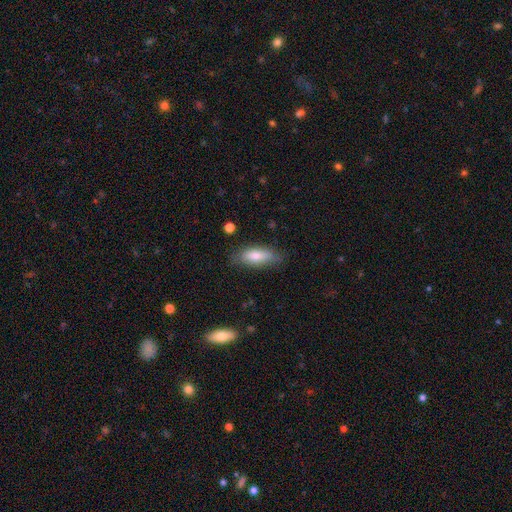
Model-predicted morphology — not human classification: Smooth or featured?
  - smooth: 75% *
  - featured or disk: 18%
  - star or artifact: 7%
How rounded?
  - in between: 64% *
  - cigar-shaped: 33%
  - round: 2%
Merging?
  - none: 77% *
  - minor disturbance: 18%
  - major disturbance: 4%
  - merger: 2%